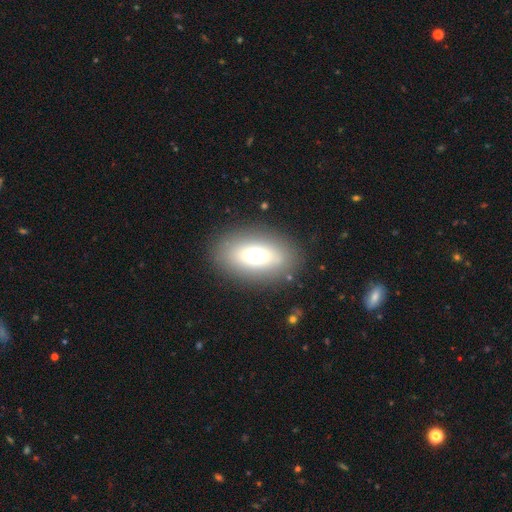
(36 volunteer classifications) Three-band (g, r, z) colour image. It shows a smooth galaxy with no disk features (72%) that is in between round and cigar-shaped (81%). Merging: none (85%).